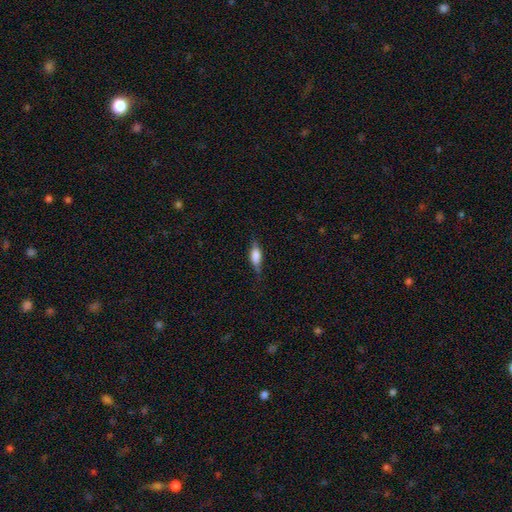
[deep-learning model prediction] This appears to be a smooth galaxy with no disk features (52%) that is in between round and cigar-shaped (60%). Merging: none (75%).